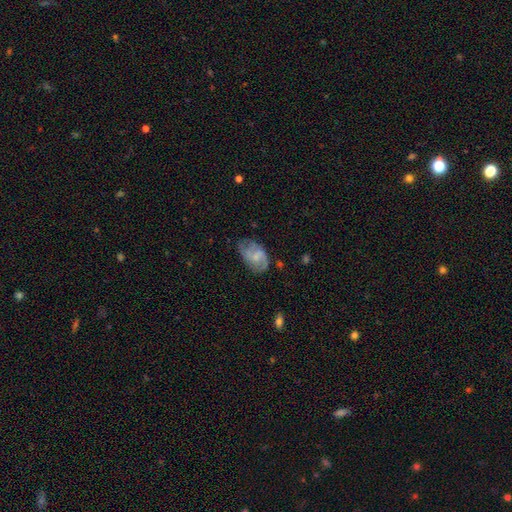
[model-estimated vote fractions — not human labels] smooth-or-featured: featured or disk: 54% | smooth: 39% | star or artifact: 8%
  disk-edge-on: no: 97% | yes: 3%
    bar: no: 48% | weak: 44% | strong: 8%
    has-spiral-arms: yes: 79% | no: 21%
    bulge-size: small: 39% | none: 32% | moderate: 25% | large: 3% | dominant: 1%
  merging: none: 50% | minor disturbance: 31% | major disturbance: 16% | merger: 2%